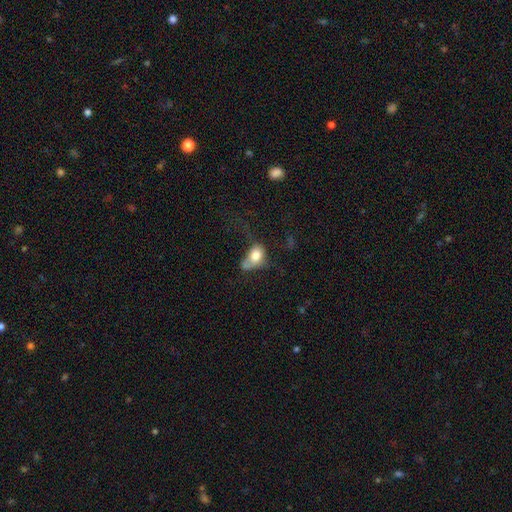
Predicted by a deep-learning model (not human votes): Q: Smooth or featured?
A: smooth (72%); runner-up: featured or disk (19%)
Q: How rounded?
A: in between (78%); runner-up: round (20%)
Q: Merging?
A: major disturbance (40%); runner-up: minor disturbance (24%)